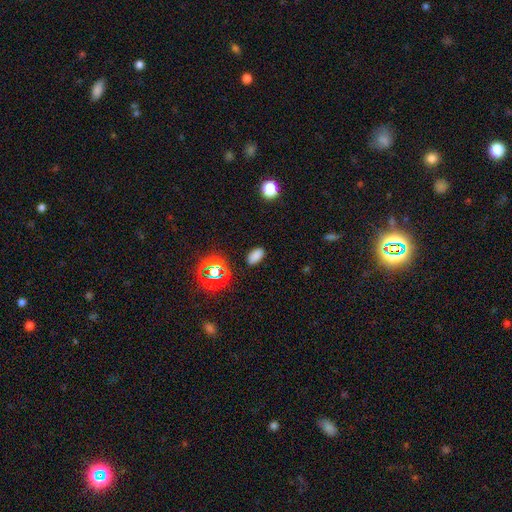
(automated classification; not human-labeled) A smooth galaxy with no disk features (75%) that is in between round and cigar-shaped (92%).

Vote fractions:
- Smooth or featured? smooth: 75% / star or artifact: 20% / featured or disk: 5%
- How rounded? in between: 92% / round: 5% / cigar-shaped: 3%
- Merging? none: 87% / minor disturbance: 9% / major disturbance: 3% / merger: 1%